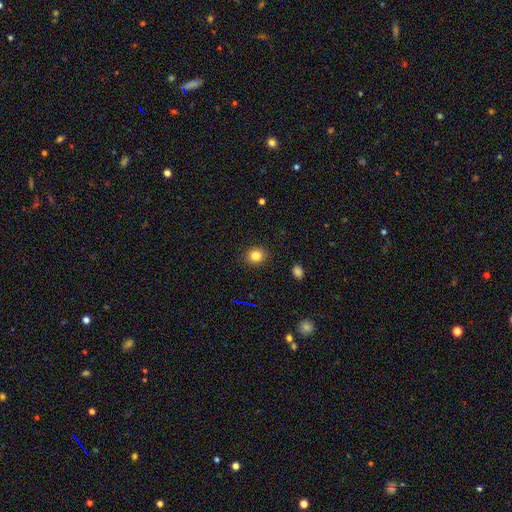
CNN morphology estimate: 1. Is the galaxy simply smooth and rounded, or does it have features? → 82% smooth, 12% star or artifact, 6% featured or disk.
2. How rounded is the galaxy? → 75% round, 25% in between, 1% cigar-shaped.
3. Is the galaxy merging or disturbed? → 90% none, 7% minor disturbance, 2% major disturbance, 1% merger.